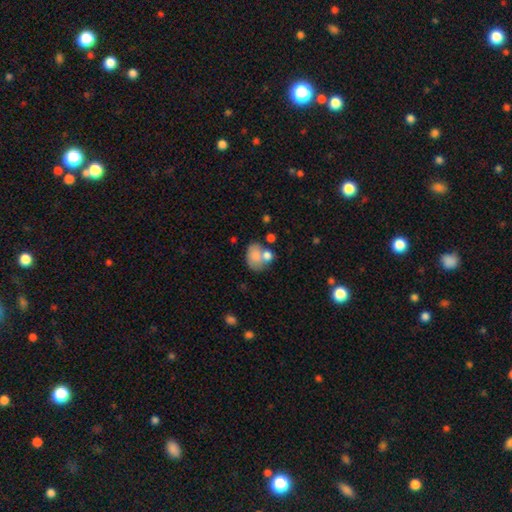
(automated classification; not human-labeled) smooth_or_featured: smooth (p=0.76) [alt: featured or disk p=0.16]
how_rounded: in between (p=0.67) [alt: round p=0.32]
merging: none (p=0.38) [alt: merger p=0.37]